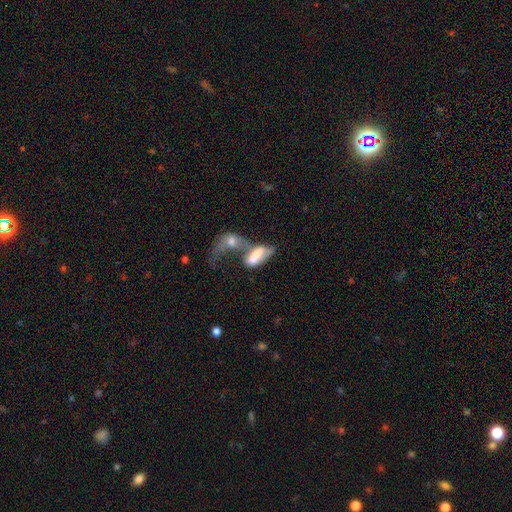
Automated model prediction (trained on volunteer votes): Smooth or featured? smooth (55%)
How rounded? in between (82%)
Merging? merger (66%)